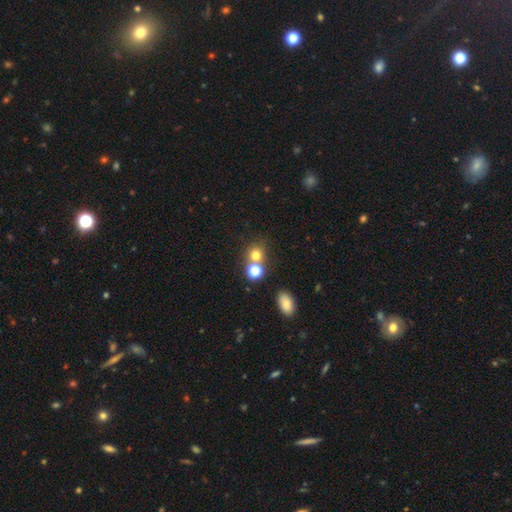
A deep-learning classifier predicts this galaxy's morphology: smooth-or-featured: smooth: 73% | star or artifact: 17% | featured or disk: 9%
  how-rounded: round: 81% | in between: 18% | cigar-shaped: 1%
  merging: none: 59% | merger: 30% | minor disturbance: 8% | major disturbance: 4%